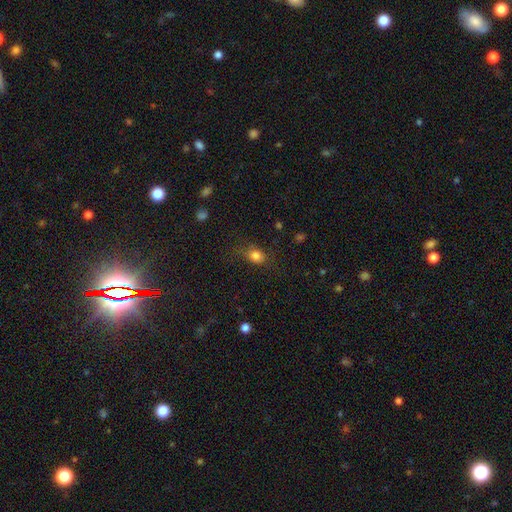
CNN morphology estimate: This appears to be a smooth galaxy with no disk features (81%) that is in between round and cigar-shaped (50%). Merging: none (67%).